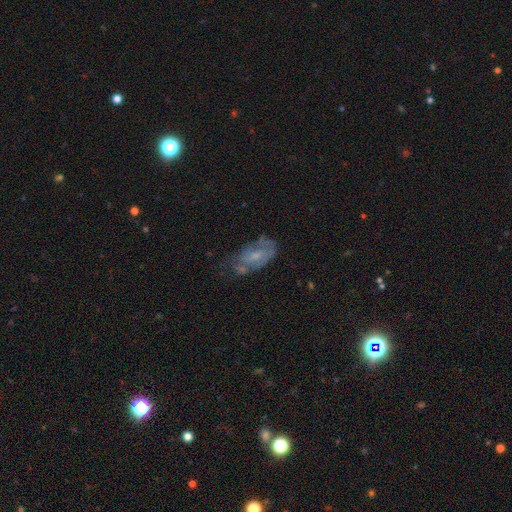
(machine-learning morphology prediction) A featured or disk galaxy (62%) with no bar (55%), spiral arms (65%) and a small central bulge (48%). Merging: none (46%).